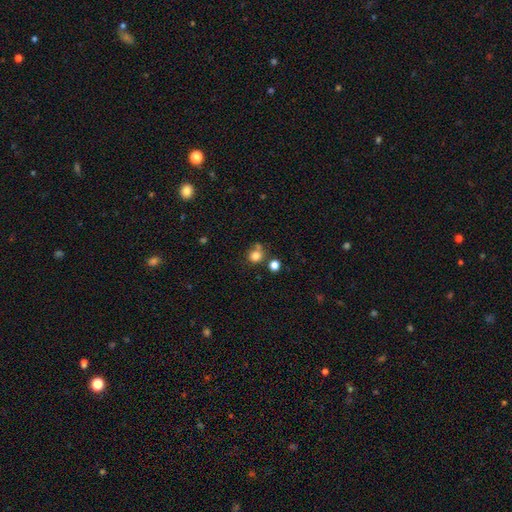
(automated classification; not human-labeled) smooth_or_featured: smooth (p=0.80) [alt: star or artifact p=0.14]
how_rounded: round (p=0.86) [alt: in between p=0.13]
merging: none (p=0.63) [alt: merger p=0.19]